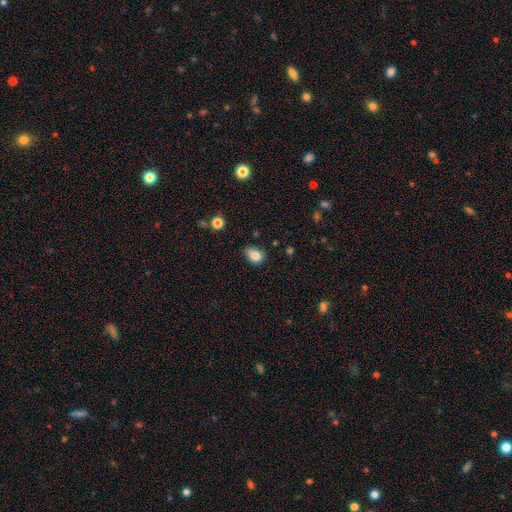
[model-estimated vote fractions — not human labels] The model was most divided on "merging": none: 47%, minor disturbance: 39%, major disturbance: 10%, merger: 4%. More confident: smooth or featured — smooth (80%); how rounded — in between (64%).